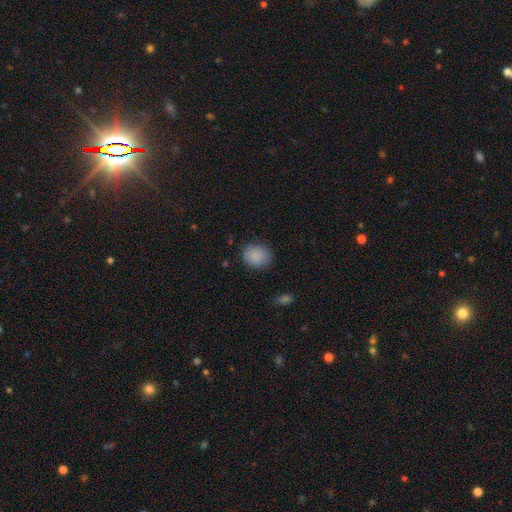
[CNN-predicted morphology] Q: Smooth or featured?
A: smooth (88%); runner-up: star or artifact (8%)
Q: How rounded?
A: round (67%); runner-up: in between (32%)
Q: Merging?
A: none (83%); runner-up: minor disturbance (13%)